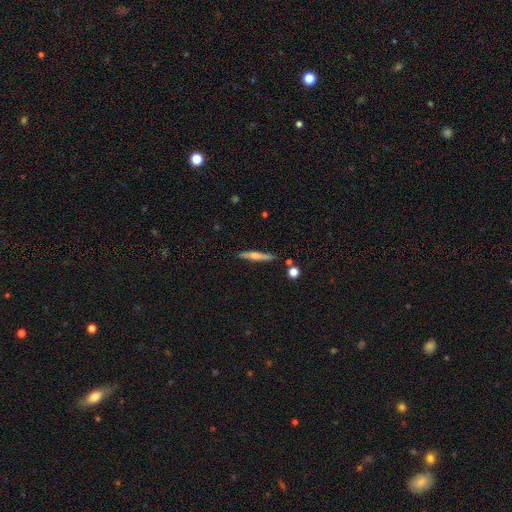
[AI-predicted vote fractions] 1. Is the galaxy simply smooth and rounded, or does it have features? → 48% smooth, 45% featured or disk, 7% star or artifact.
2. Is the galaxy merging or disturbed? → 84% none, 11% minor disturbance, 3% merger, 2% major disturbance.